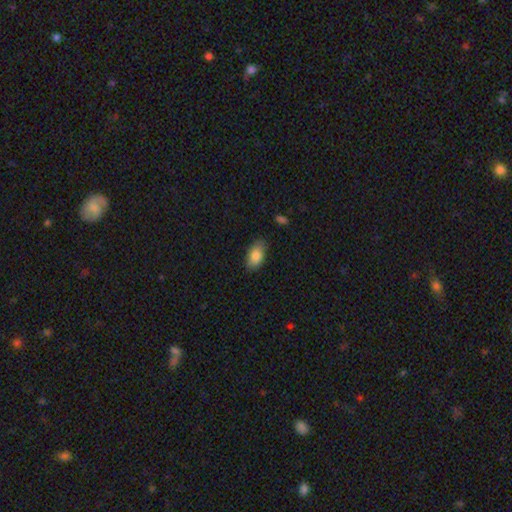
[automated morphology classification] Smooth or featured? Predicted: smooth (p=0.84). How rounded? Predicted: in between (p=0.93). Merging? Predicted: none (p=0.81).